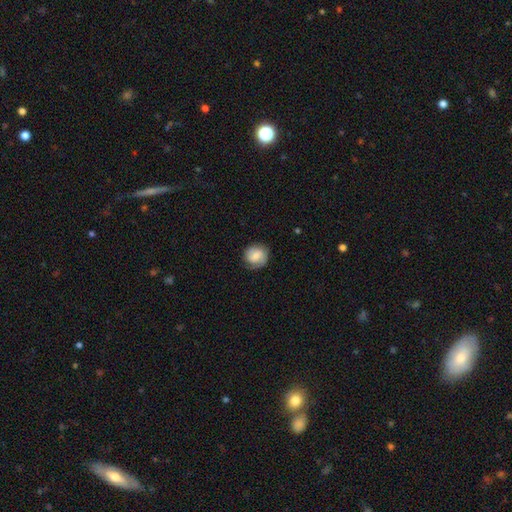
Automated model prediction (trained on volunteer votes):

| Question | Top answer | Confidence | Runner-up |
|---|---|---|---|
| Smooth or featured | smooth | 64% | featured or disk (29%) |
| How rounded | round | 84% | in between (15%) |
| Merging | none | 76% | minor disturbance (17%) |